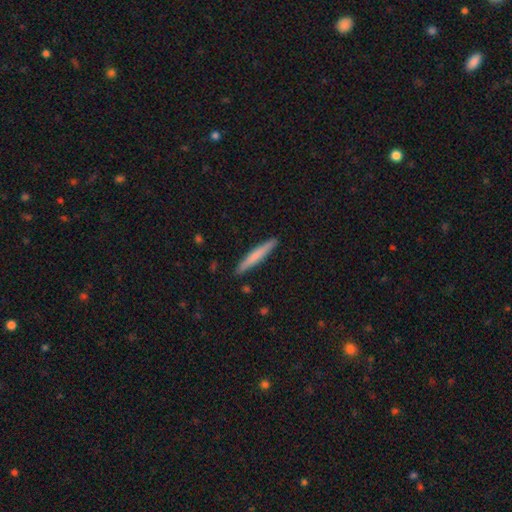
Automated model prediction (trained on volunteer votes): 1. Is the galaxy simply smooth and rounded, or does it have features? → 69% smooth, 26% featured or disk, 5% star or artifact.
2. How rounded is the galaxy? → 95% cigar-shaped, 3% in between, 1% round.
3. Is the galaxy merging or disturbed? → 90% none, 7% minor disturbance, 1% major disturbance, 1% merger.